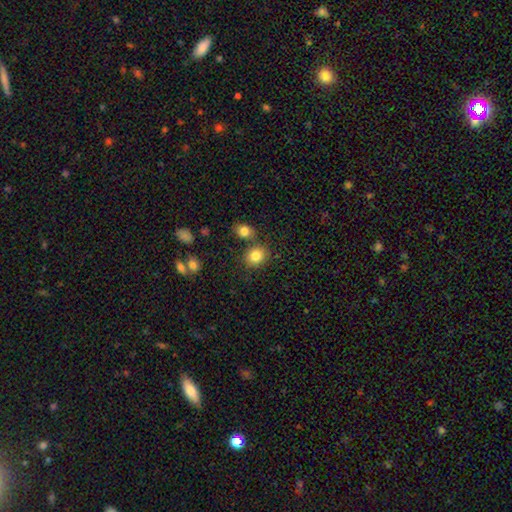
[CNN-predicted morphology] smooth_or_featured: smooth (p=0.83) [alt: star or artifact p=0.11]
how_rounded: round (p=0.69) [alt: in between p=0.30]
merging: none (p=0.71) [alt: merger p=0.15]